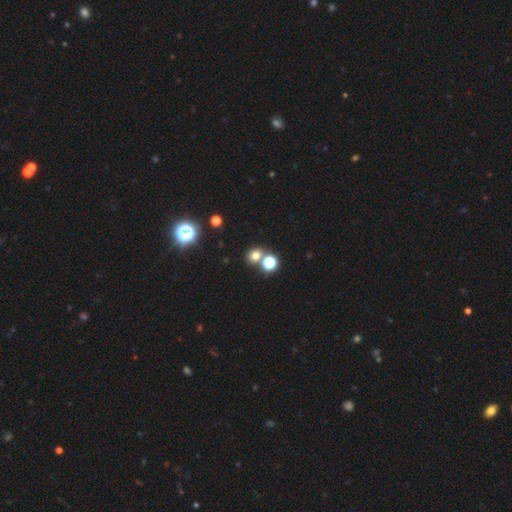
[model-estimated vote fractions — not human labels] smooth_or_featured: smooth (p=0.70) [alt: star or artifact p=0.23]
how_rounded: round (p=0.73) [alt: in between p=0.26]
merging: none (p=0.67) [alt: merger p=0.22]